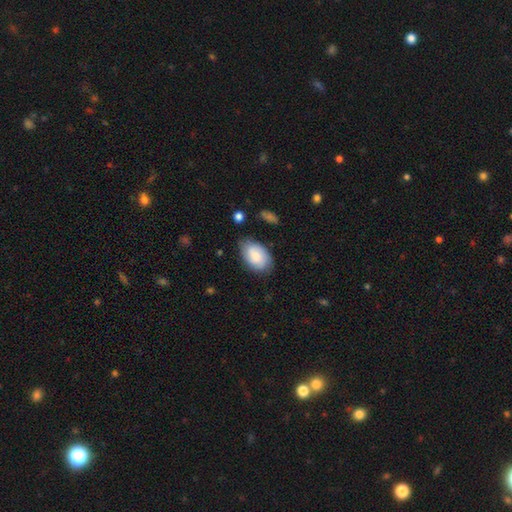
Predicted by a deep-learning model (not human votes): Smooth or featured?
  - smooth: 73% *
  - featured or disk: 20%
  - star or artifact: 6%
How rounded?
  - in between: 90% *
  - round: 9%
  - cigar-shaped: 1%
Merging?
  - none: 75% *
  - minor disturbance: 19%
  - major disturbance: 4%
  - merger: 2%